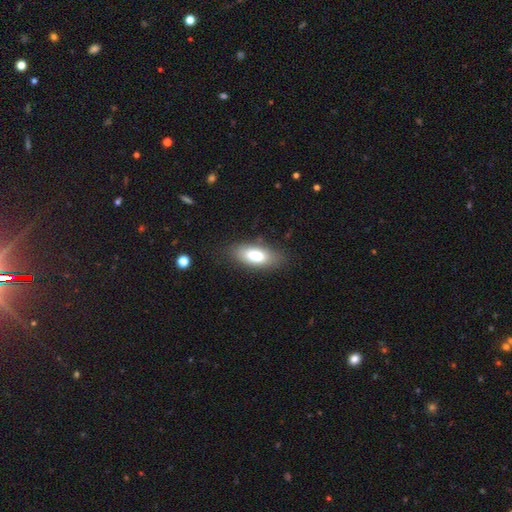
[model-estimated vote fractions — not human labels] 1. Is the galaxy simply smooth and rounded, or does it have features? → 78% smooth, 15% featured or disk, 7% star or artifact.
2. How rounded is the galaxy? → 84% in between, 14% cigar-shaped, 3% round.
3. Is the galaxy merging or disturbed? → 81% none, 14% minor disturbance, 4% major disturbance, 2% merger.